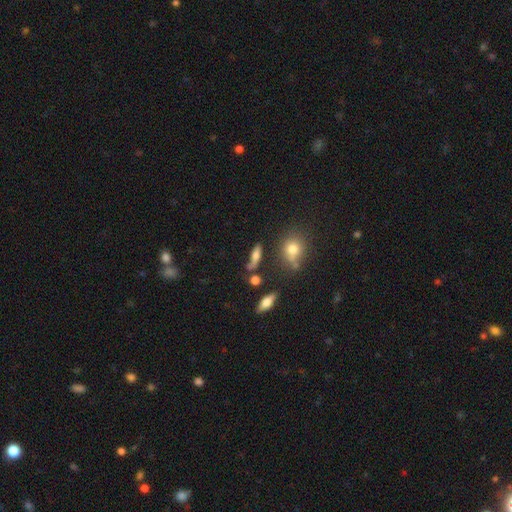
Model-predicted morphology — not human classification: smooth_or_featured: smooth (p=0.57) [alt: featured or disk p=0.31]
how_rounded: cigar-shaped (p=0.46) [alt: in between p=0.44]
merging: none (p=0.54) [alt: minor disturbance p=0.22]